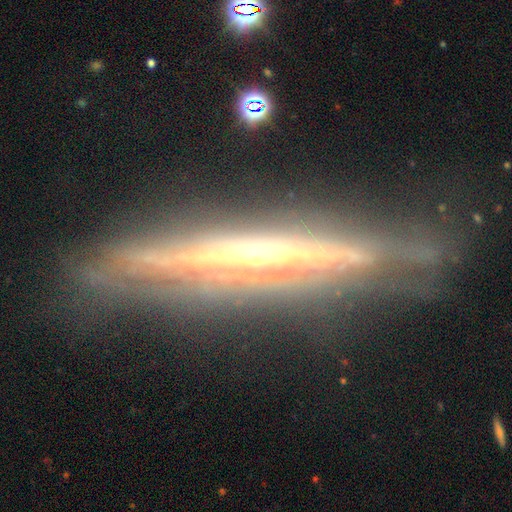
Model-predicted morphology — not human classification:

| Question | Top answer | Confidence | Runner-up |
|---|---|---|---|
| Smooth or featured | featured or disk | 87% | smooth (8%) |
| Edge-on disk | yes | 94% | no (6%) |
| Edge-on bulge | rounded | 57% | none (36%) |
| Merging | none | 78% | minor disturbance (16%) |